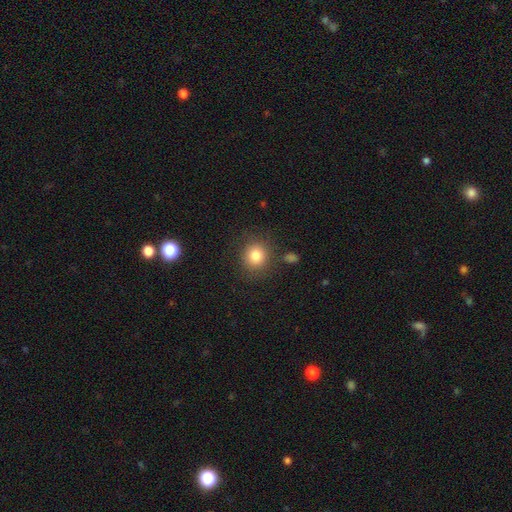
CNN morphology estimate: Smooth or featured? Predicted: smooth (p=0.82). How rounded? Predicted: round (p=0.88). Merging? Predicted: none (p=0.84).